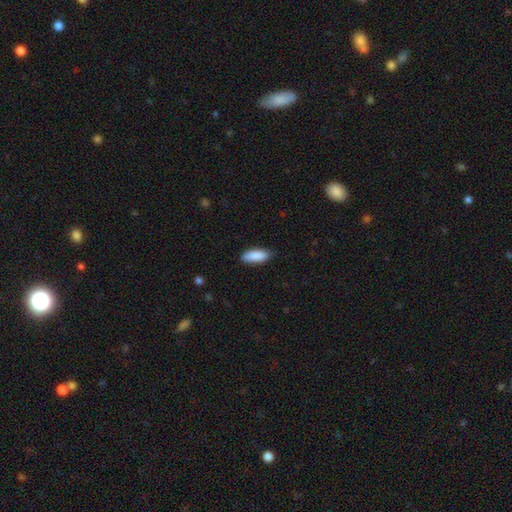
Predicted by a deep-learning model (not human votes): A smooth galaxy with no disk features (89%) that is in between round and cigar-shaped (74%). Merging: none (81%).